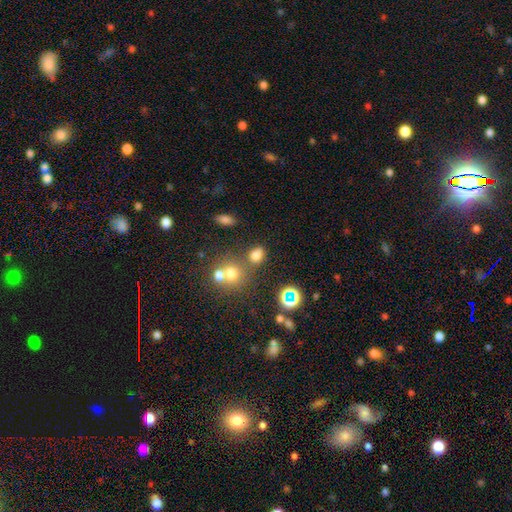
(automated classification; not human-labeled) smooth_or_featured: smooth (p=0.71) [alt: star or artifact p=0.20]
how_rounded: in between (p=0.58) [alt: round p=0.40]
merging: none (p=0.60) [alt: merger p=0.21]